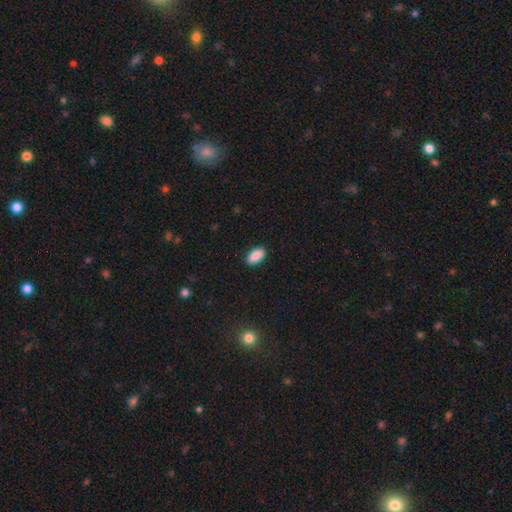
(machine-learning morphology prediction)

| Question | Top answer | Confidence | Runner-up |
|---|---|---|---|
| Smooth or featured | smooth | 89% | star or artifact (7%) |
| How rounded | in between | 91% | cigar-shaped (6%) |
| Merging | none | 89% | minor disturbance (8%) |